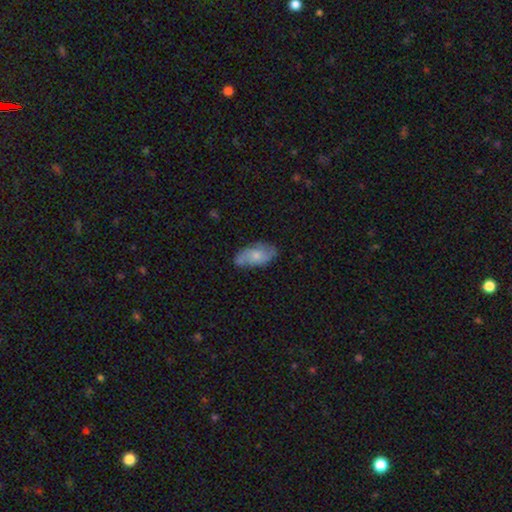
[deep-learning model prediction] Smooth or featured: smooth — 57% (featured or disk — 36%)
How rounded: in between — 92% (cigar-shaped — 4%)
Merging: none — 62% (minor disturbance — 28%)